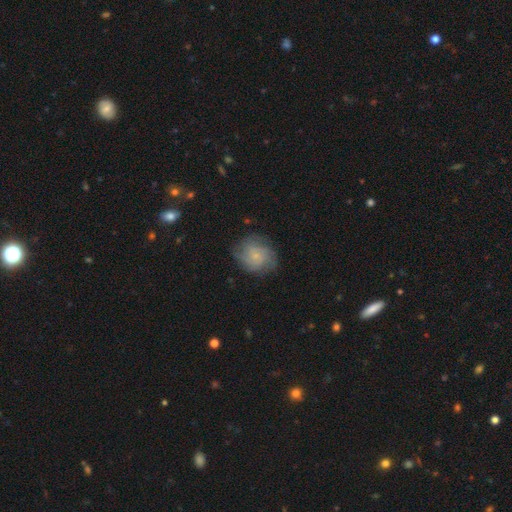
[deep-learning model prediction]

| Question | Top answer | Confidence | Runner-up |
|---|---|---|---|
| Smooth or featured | featured or disk | 50% | smooth (41%) |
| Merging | none | 73% | minor disturbance (18%) |